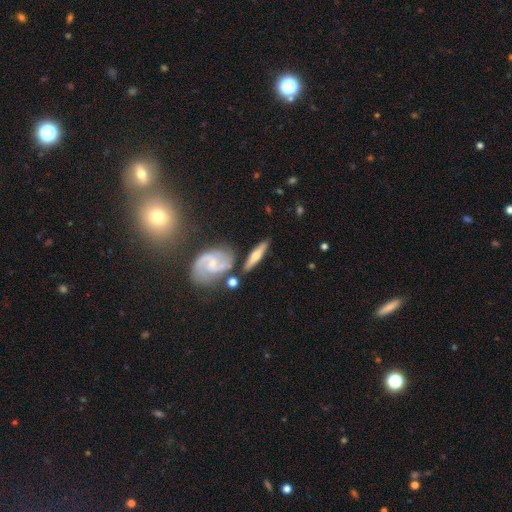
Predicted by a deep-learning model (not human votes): Smooth or featured? featured or disk (58%)
Edge-on disk? yes (70%)
Merging? none (74%)